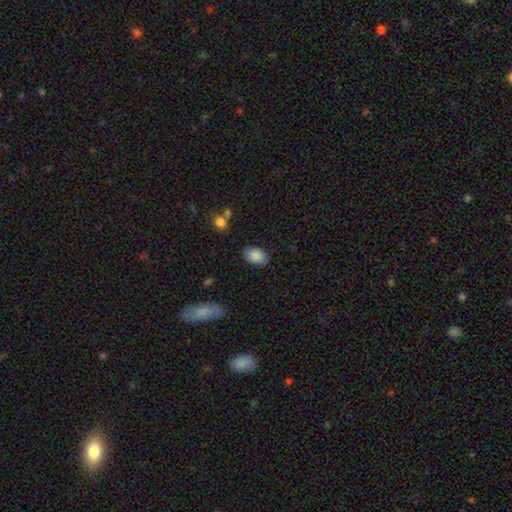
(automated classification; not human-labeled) Overall: smooth (88%). How rounded: in between (86%). Merging: none (82%).